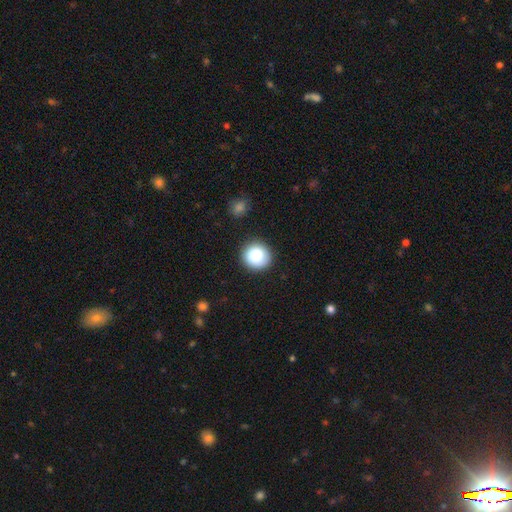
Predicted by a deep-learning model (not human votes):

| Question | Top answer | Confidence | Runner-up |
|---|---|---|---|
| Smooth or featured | smooth | 86% | star or artifact (9%) |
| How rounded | round | 92% | in between (7%) |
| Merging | none | 87% | minor disturbance (8%) |